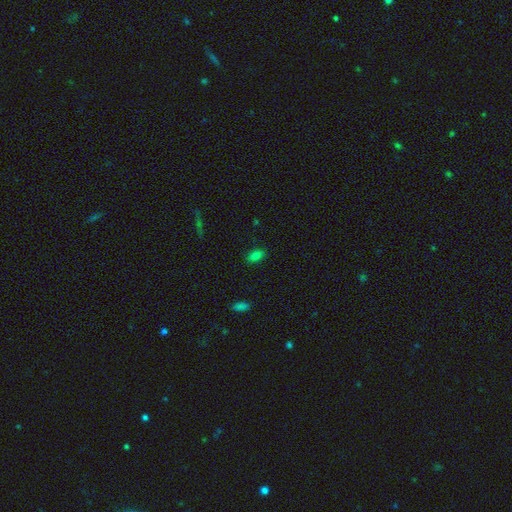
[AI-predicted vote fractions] This appears to be a smooth galaxy with no disk features (81%) that is in between round and cigar-shaped (90%). Merging: none (87%).